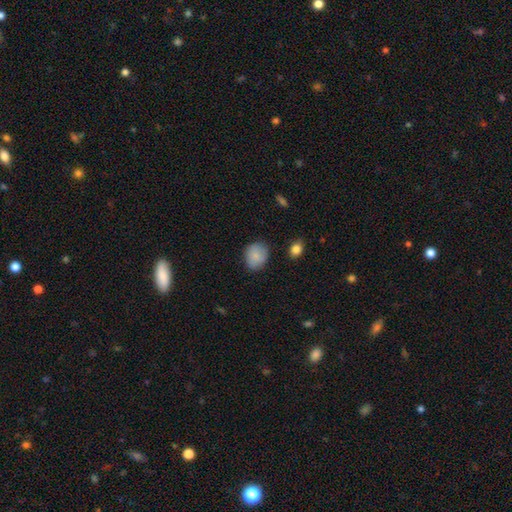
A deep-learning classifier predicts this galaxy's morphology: Overall: smooth (84%). How rounded: round (55%; in between 44%). Merging: none (78%).